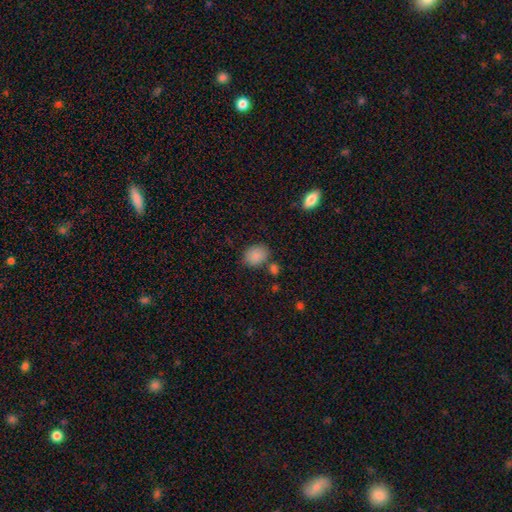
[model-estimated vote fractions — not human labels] Smooth or featured? Predicted: smooth (p=0.86). How rounded? Predicted: in between (p=0.52). Merging? Predicted: none (p=0.71).